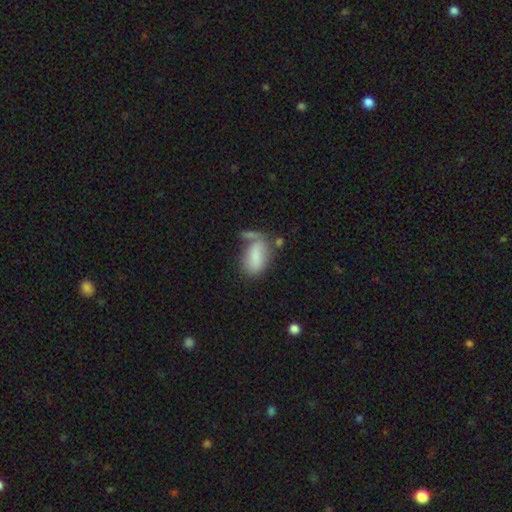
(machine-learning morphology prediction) A smooth galaxy with no disk features (77%) that is in between round and cigar-shaped (89%).

Vote fractions:
- Smooth or featured? smooth: 77% / featured or disk: 15% / star or artifact: 8%
- How rounded? in between: 89% / cigar-shaped: 6% / round: 5%
- Merging? none: 39% / minor disturbance: 23% / merger: 22% / major disturbance: 16%